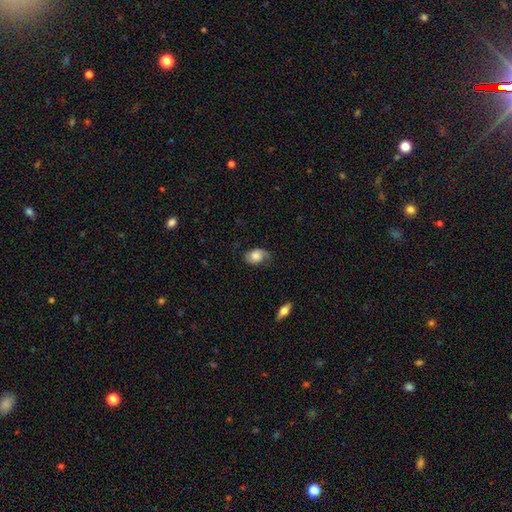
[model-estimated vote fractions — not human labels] smooth 51%, featured or disk 41%, star or artifact 8%. Down the decision tree: how rounded — in between (78%); merging — none (56%).